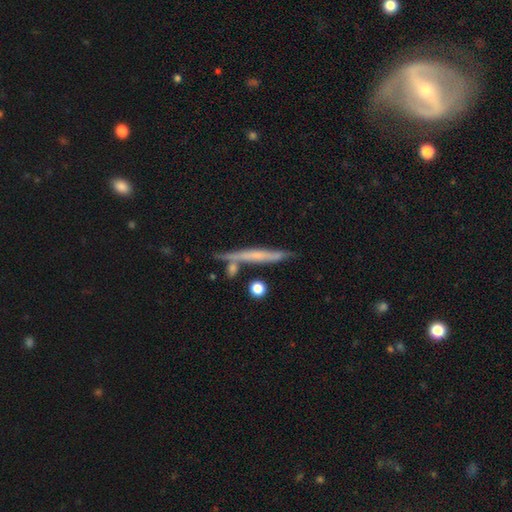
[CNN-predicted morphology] Smooth or featured? Predicted: featured or disk (p=0.52). Edge-on disk? Predicted: yes (p=0.93). Merging? Predicted: none (p=0.76).